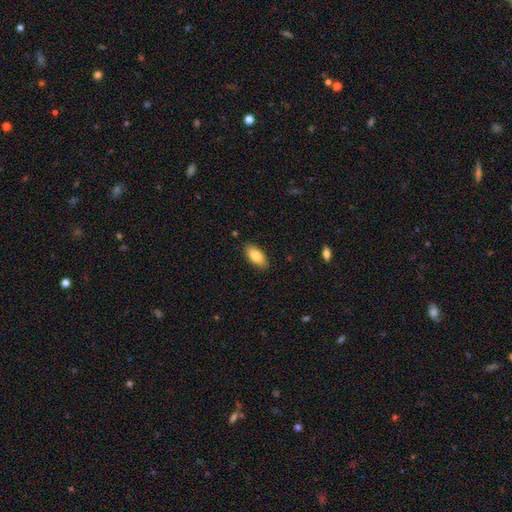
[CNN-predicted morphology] Smooth or featured: smooth — 79% (featured or disk — 14%)
How rounded: in between — 89% (cigar-shaped — 8%)
Merging: none — 87% (minor disturbance — 10%)